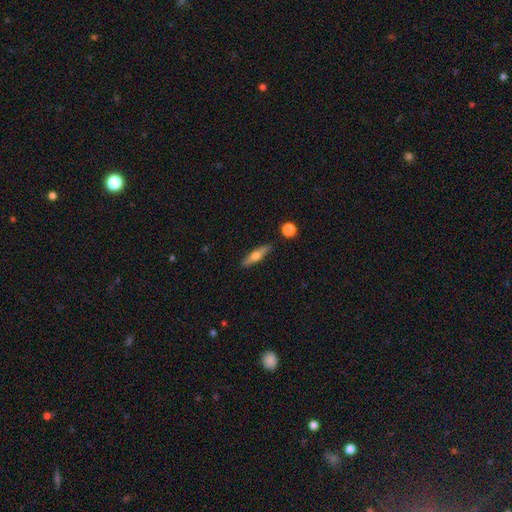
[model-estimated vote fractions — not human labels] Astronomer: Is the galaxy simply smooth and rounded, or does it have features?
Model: featured or disk — 47% (runner-up: smooth, 46%).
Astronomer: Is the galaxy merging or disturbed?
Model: none — 86%.